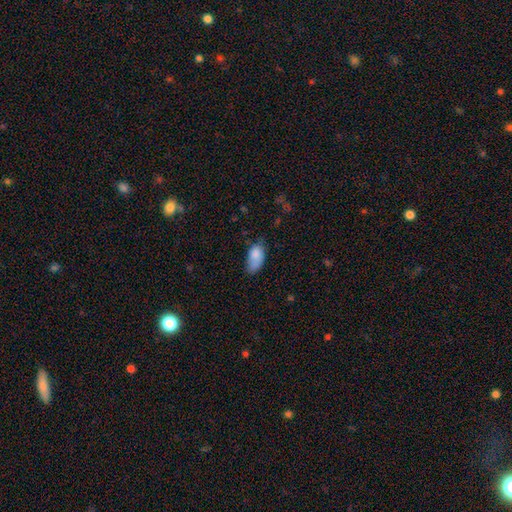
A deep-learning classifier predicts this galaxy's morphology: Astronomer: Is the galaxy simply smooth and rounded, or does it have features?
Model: smooth — 80%.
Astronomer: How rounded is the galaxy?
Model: in between — 92%.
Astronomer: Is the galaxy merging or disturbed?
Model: none — 39% (runner-up: minor disturbance, 37%).